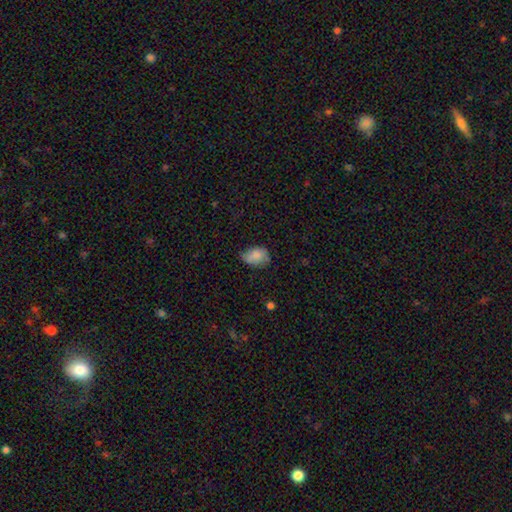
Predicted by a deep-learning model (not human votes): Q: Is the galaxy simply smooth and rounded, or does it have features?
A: smooth — 80%.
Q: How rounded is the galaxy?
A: in between — 81%.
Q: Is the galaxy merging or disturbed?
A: none — 57%.